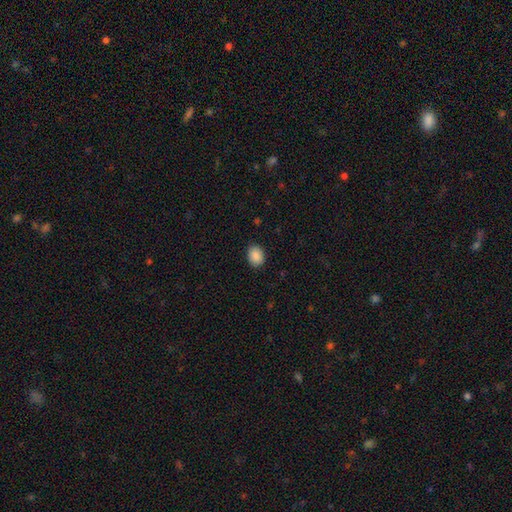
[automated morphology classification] smooth 90%, star or artifact 8%, featured or disk 3%. Down the decision tree: how rounded — in between (59%); merging — none (88%).